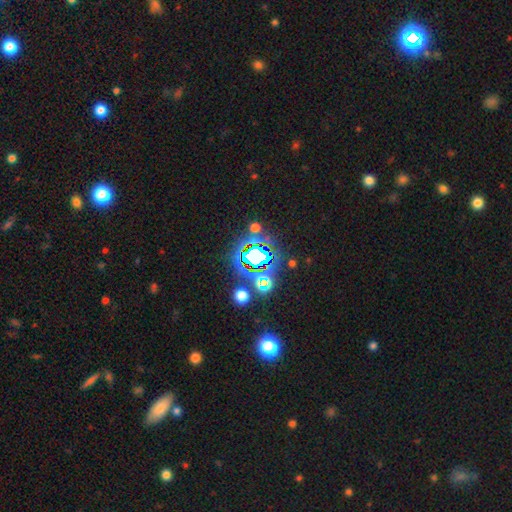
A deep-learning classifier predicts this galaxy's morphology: Smooth or featured?
  - star or artifact: 71% *
  - smooth: 18%
  - featured or disk: 12%